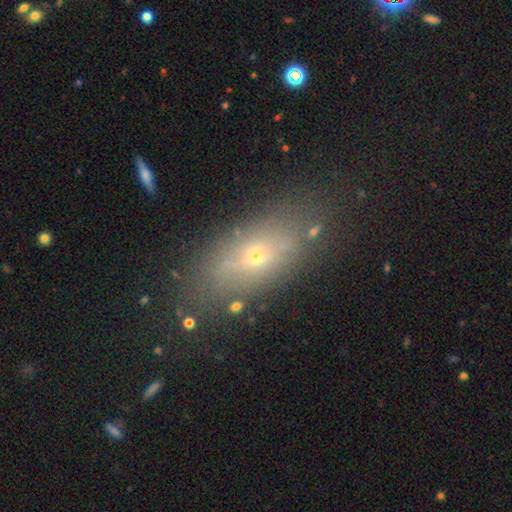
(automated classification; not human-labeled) Smooth or featured? smooth (53%)
How rounded? in between (68%)
Merging? none (78%)